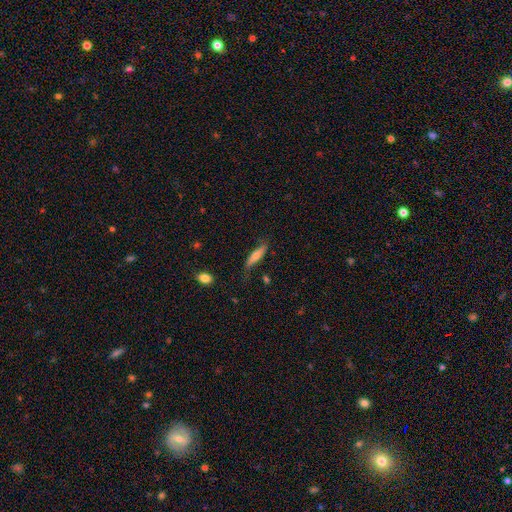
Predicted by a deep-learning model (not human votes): The model was most divided on "smooth or featured": smooth: 61%, featured or disk: 32%, star or artifact: 6%. More confident: how rounded — cigar-shaped (71%); merging — none (70%).